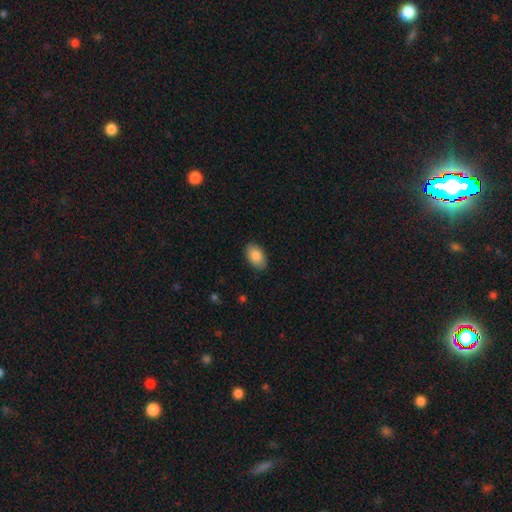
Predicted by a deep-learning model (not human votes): smooth_or_featured: smooth (p=0.84) [alt: featured or disk p=0.09]
how_rounded: in between (p=0.92) [alt: round p=0.07]
merging: none (p=0.88) [alt: minor disturbance p=0.09]